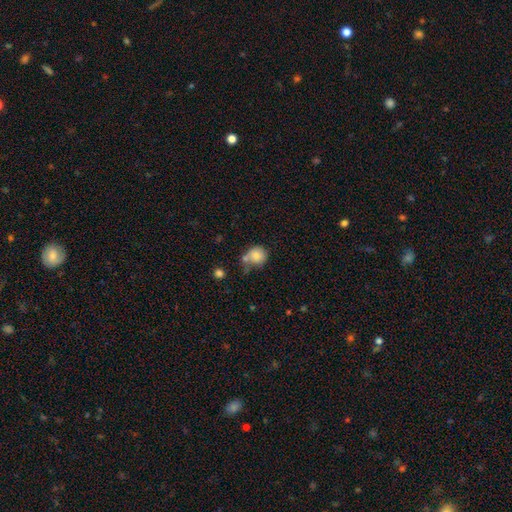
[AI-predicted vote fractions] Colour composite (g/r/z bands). It shows a smooth galaxy with no disk features (79%) that is round (80%). Merging: none (46%).